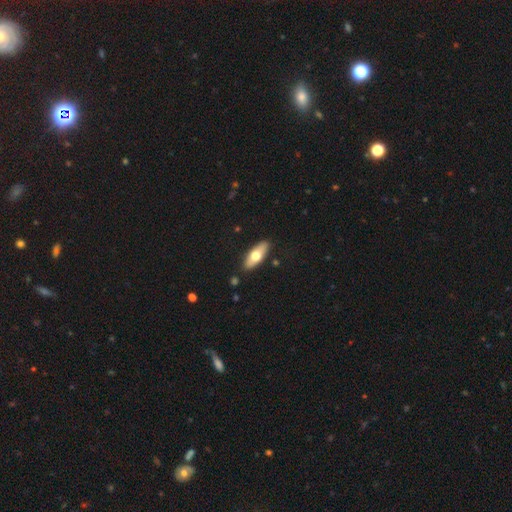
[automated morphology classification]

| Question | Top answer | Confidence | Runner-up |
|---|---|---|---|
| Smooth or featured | smooth | 61% | featured or disk (34%) |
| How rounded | in between | 71% | cigar-shaped (26%) |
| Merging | none | 87% | minor disturbance (9%) |